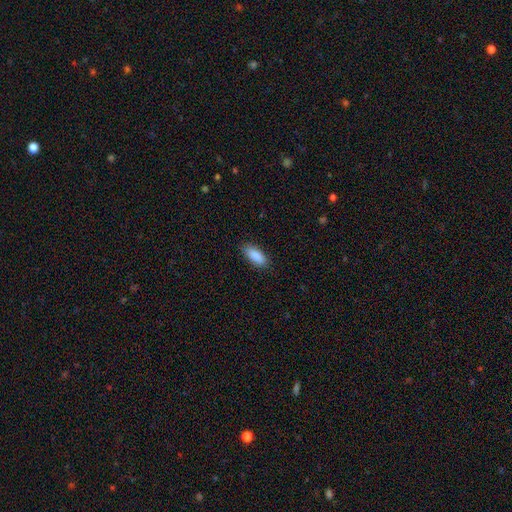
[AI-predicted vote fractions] smooth_or_featured: smooth (p=0.90) [alt: star or artifact p=0.06]
how_rounded: in between (p=0.82) [alt: cigar-shaped p=0.16]
merging: none (p=0.87) [alt: minor disturbance p=0.10]